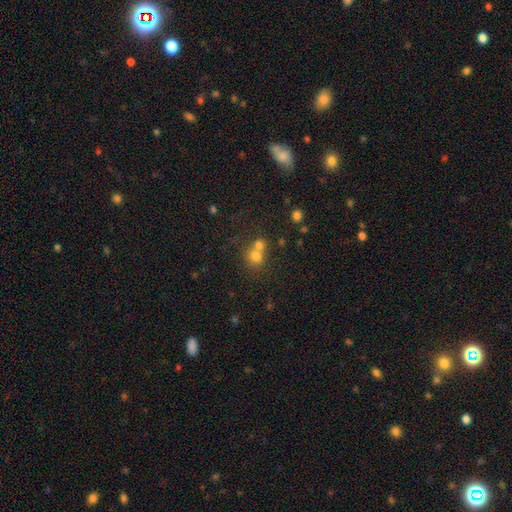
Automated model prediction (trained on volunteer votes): Smooth or featured: smooth — 74% (star or artifact — 14%)
How rounded: round — 80% (in between — 19%)
Merging: merger — 52% (none — 38%)